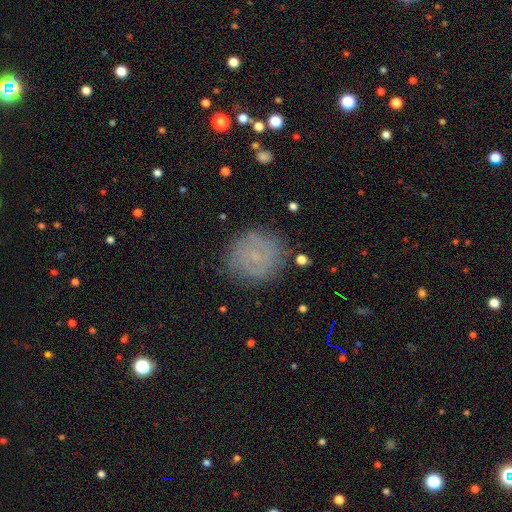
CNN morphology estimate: This is marginally a smooth galaxy (45%). Merging: clearly none (83%).